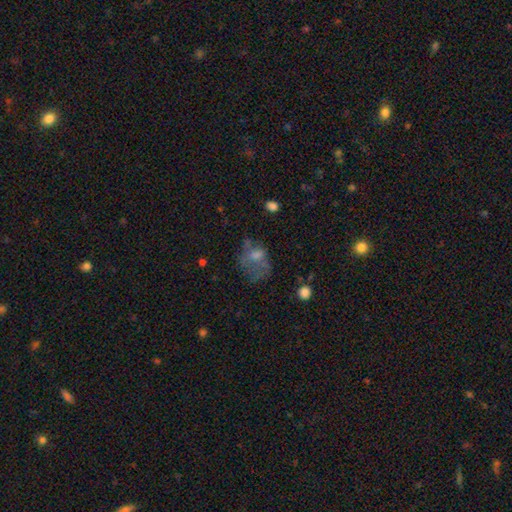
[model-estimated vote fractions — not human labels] Q: Smooth or featured?
A: smooth (48%); runner-up: featured or disk (33%)
Q: Merging?
A: major disturbance (38%); runner-up: none (34%)